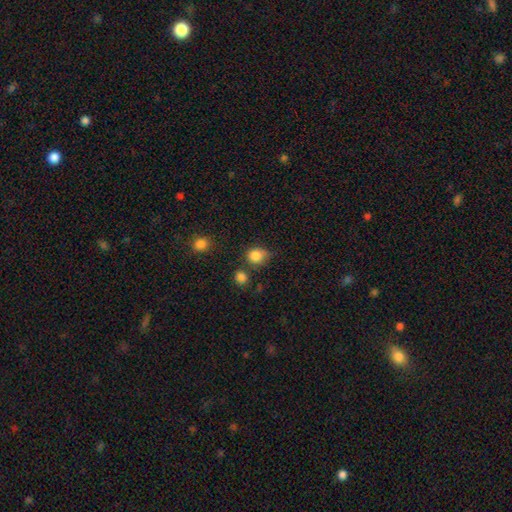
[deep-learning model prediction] This appears to be a smooth galaxy with no disk features (84%) that is round (72%). Merging: none (57%).